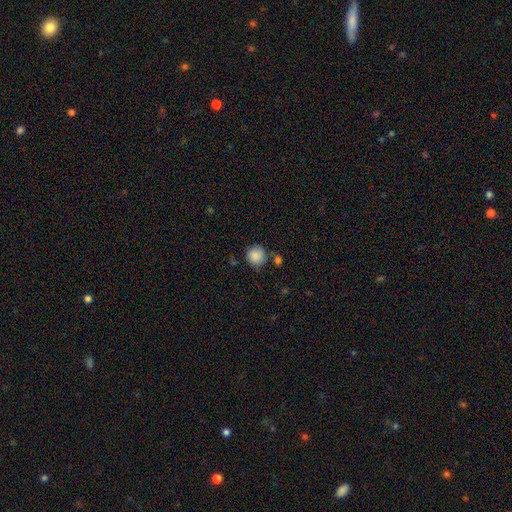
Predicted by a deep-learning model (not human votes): smooth-or-featured: smooth: 88% | star or artifact: 8% | featured or disk: 4%
  how-rounded: round: 92% | in between: 7% | cigar-shaped: 1%
  merging: none: 76% | minor disturbance: 14% | merger: 7% | major disturbance: 4%